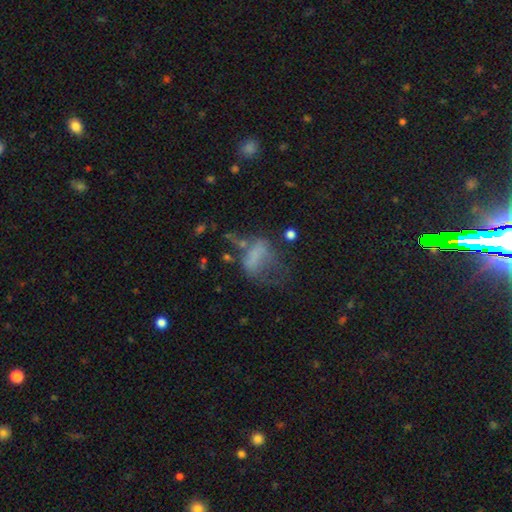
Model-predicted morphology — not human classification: Q: Smooth or featured?
A: smooth (49%); runner-up: featured or disk (33%)
Q: Merging?
A: major disturbance (51%); runner-up: none (22%)